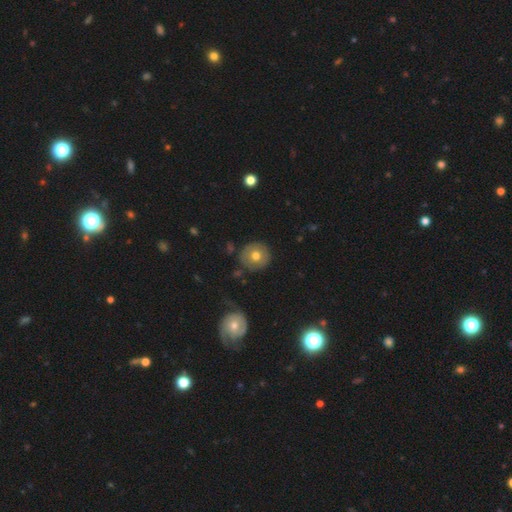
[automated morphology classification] The model was most divided on "smooth or featured": smooth: 68%, featured or disk: 23%, star or artifact: 9%. More confident: how rounded — round (93%); merging — none (85%).